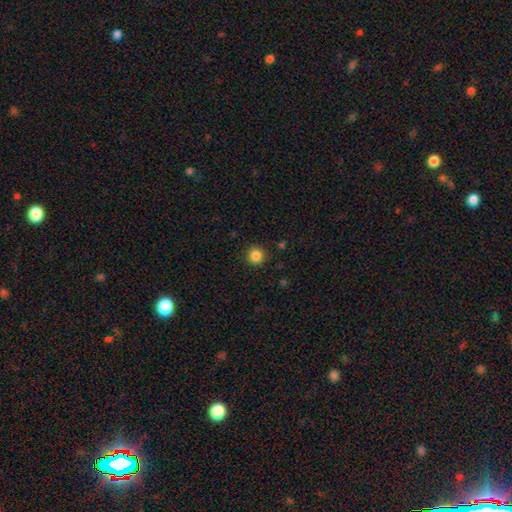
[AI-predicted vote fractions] The model was most divided on "smooth or featured": smooth: 85%, star or artifact: 11%, featured or disk: 4%. More confident: how rounded — round (94%); merging — none (91%).